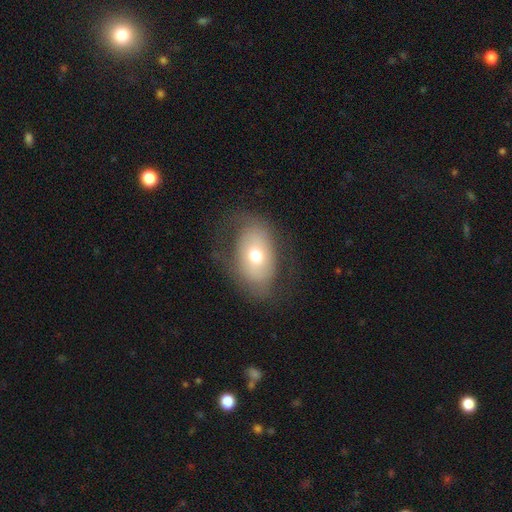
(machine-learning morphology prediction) Overall: smooth (58%; featured or disk 33%). How rounded: in between (81%). Merging: none (62%).